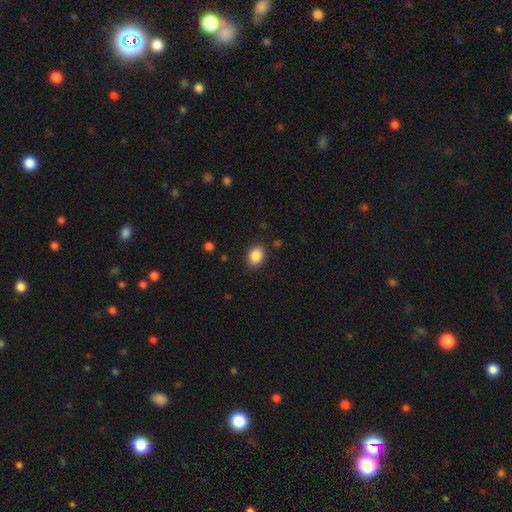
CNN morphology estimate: Smooth or featured? smooth (87%)
How rounded? in between (60%)
Merging? none (86%)